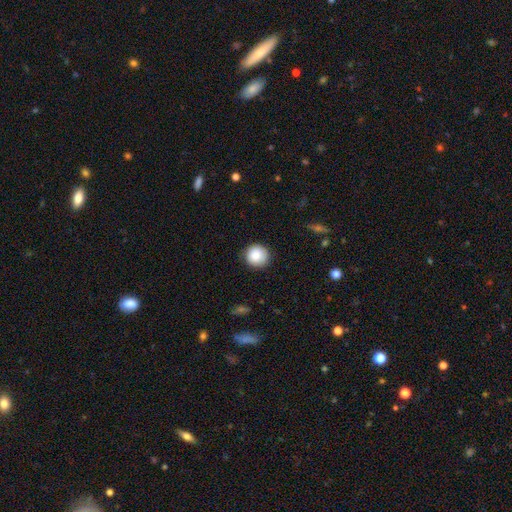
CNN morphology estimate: Smooth or featured: smooth — 86% (star or artifact — 8%)
How rounded: round — 93% (in between — 6%)
Merging: none — 84% (minor disturbance — 12%)